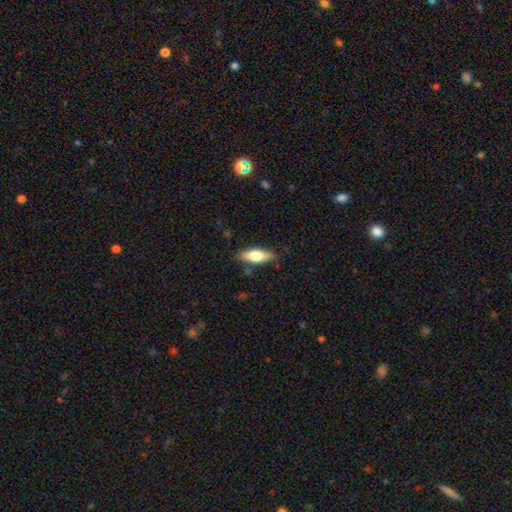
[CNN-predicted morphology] A smooth galaxy with no disk features (65%) that is in between round and cigar-shaped (63%).

Vote fractions:
- Smooth or featured? smooth: 65% / featured or disk: 29% / star or artifact: 6%
- How rounded? in between: 63% / cigar-shaped: 34% / round: 2%
- Merging? none: 82% / minor disturbance: 13% / major disturbance: 3% / merger: 2%